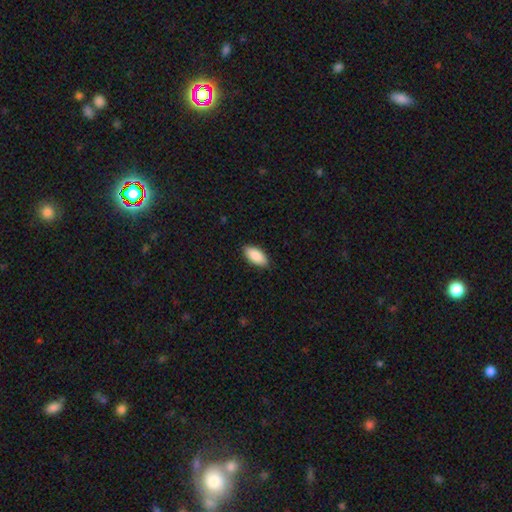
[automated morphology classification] A smooth galaxy with no disk features (89%) that is in between round and cigar-shaped (92%). Merging: none (89%).